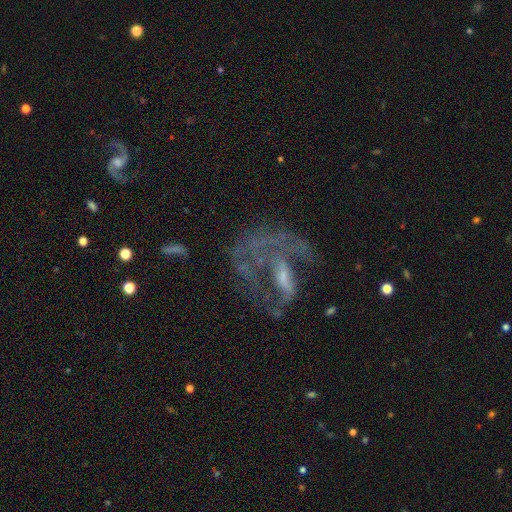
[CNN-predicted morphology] Smooth or featured: featured or disk — 70% (star or artifact — 17%)
Edge-on disk: no — 96% (yes — 4%)
Bar: no — 49% (weak — 34%)
Spiral arms: yes — 62% (no — 38%)
Bulge size: small — 37% (none — 32%)
Merging: major disturbance — 47% (none — 33%)